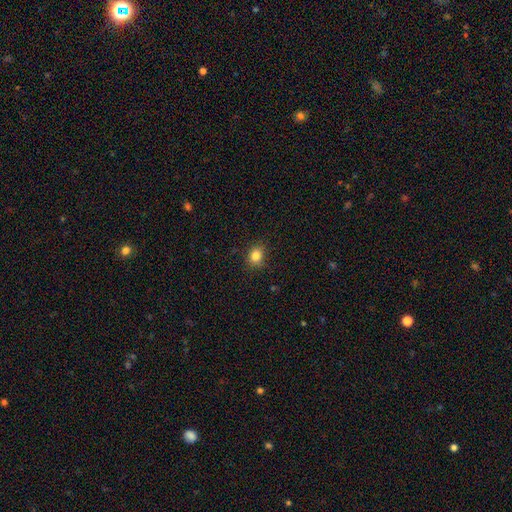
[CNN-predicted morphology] The model was most divided on "how rounded": round: 63%, in between: 36%, cigar-shaped: 1%. More confident: merging — none (84%); smooth or featured — smooth (83%).